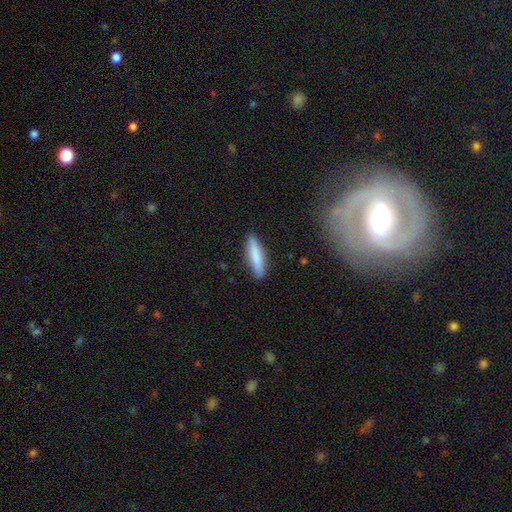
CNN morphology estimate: Q: Smooth or featured?
A: smooth (82%); runner-up: featured or disk (12%)
Q: How rounded?
A: cigar-shaped (76%); runner-up: in between (22%)
Q: Merging?
A: none (89%); runner-up: minor disturbance (8%)